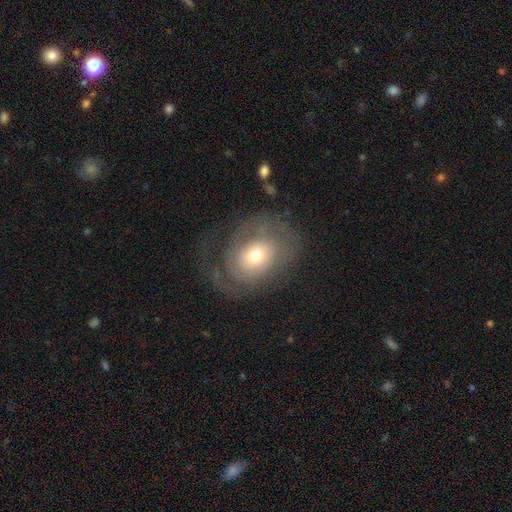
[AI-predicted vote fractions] featured or disk 64%, smooth 28%, star or artifact 8%. Down the decision tree: edge-on disk — no (95%); bar — no (79%); spiral arms — yes (69%); bulge size — moderate (61%); merging — none (59%).